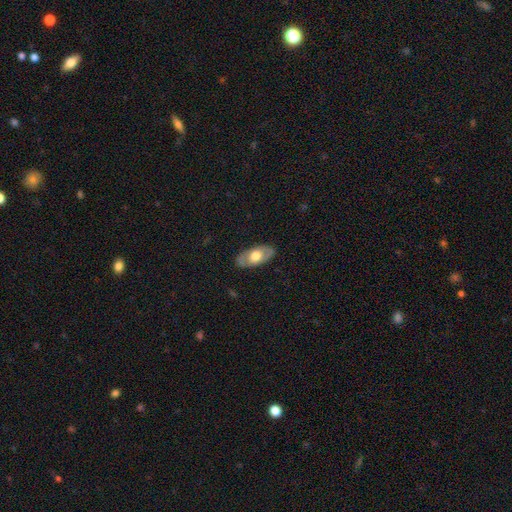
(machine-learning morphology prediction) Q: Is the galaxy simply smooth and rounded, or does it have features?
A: smooth — 49%.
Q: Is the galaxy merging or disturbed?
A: none — 84%.